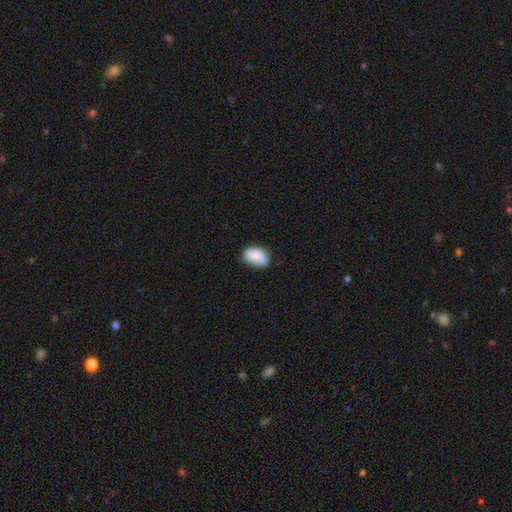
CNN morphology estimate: Overall: smooth (81%). How rounded: in between (84%). Merging: none (61%; minor disturbance 30%).